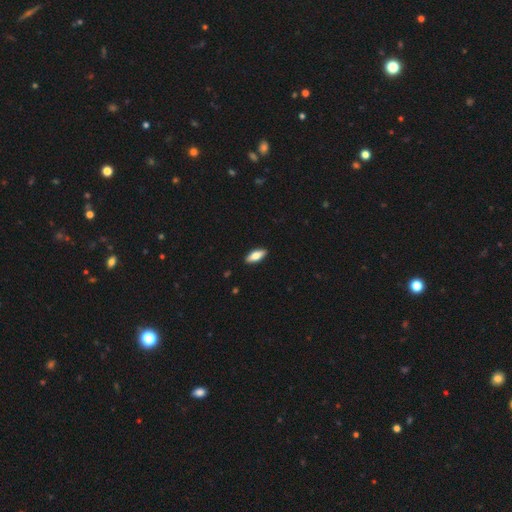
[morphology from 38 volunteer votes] Overall: featured or disk (47%; smooth 45%). Edge-on disk: yes (83%). Edge-on bulge: rounded (93%). Merging: none (83%).